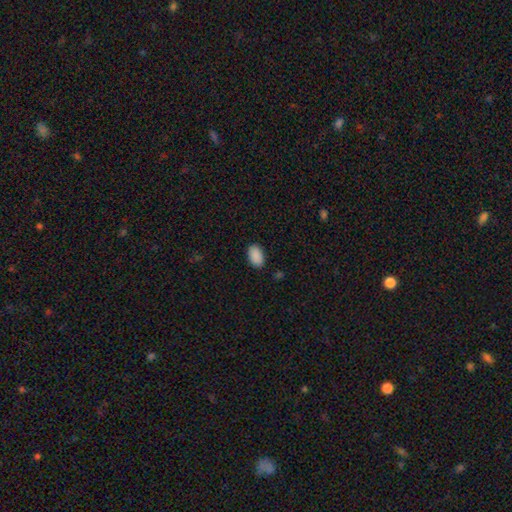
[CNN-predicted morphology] Overall: smooth (90%). How rounded: in between (93%). Merging: none (87%).